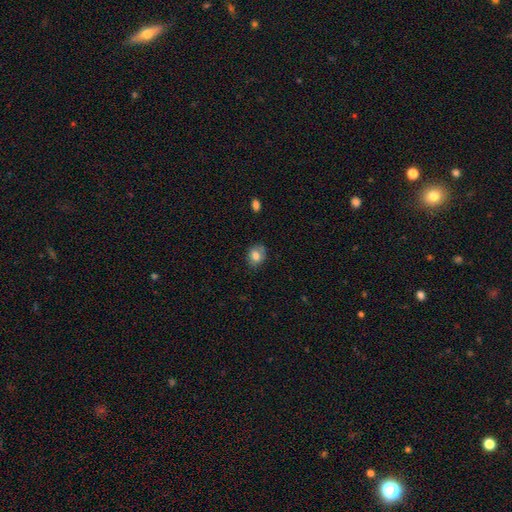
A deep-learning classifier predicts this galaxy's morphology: smooth_or_featured: smooth (p=0.79) [alt: featured or disk p=0.12]
how_rounded: round (p=0.51) [alt: in between p=0.48]
merging: none (p=0.73) [alt: minor disturbance p=0.21]